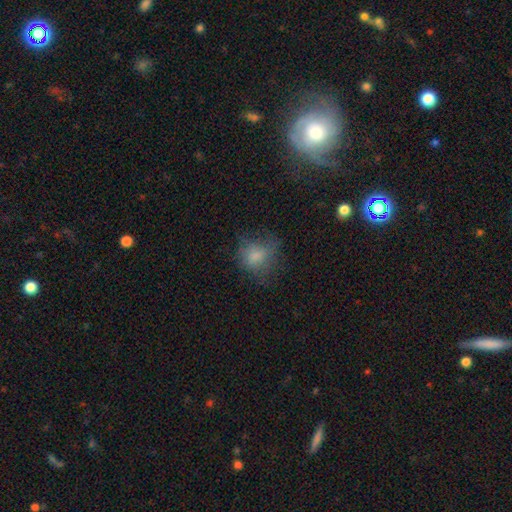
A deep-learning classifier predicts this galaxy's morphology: A smooth galaxy with no disk features (69%) that is round (59%).

Vote fractions:
- Smooth or featured? smooth: 69% / featured or disk: 16% / star or artifact: 14%
- How rounded? round: 59% / in between: 40% / cigar-shaped: 1%
- Merging? none: 52% / minor disturbance: 23% / major disturbance: 23% / merger: 2%